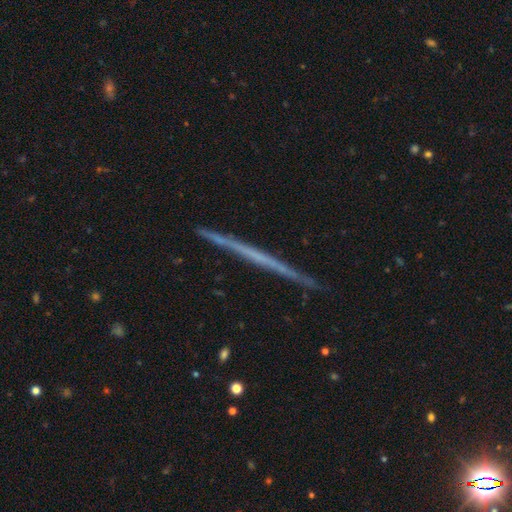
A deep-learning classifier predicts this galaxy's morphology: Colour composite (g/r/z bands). It shows a featured or disk galaxy (67%) viewed edge-on (98%) with no central bulge (88%). Merging: none (92%).